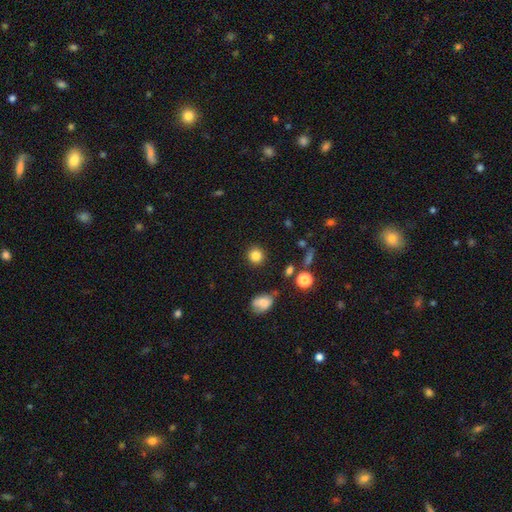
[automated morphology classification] smooth-or-featured: smooth: 83% | star or artifact: 12% | featured or disk: 5%
  how-rounded: round: 90% | in between: 9% | cigar-shaped: 1%
  merging: none: 88% | minor disturbance: 7% | major disturbance: 3% | merger: 2%